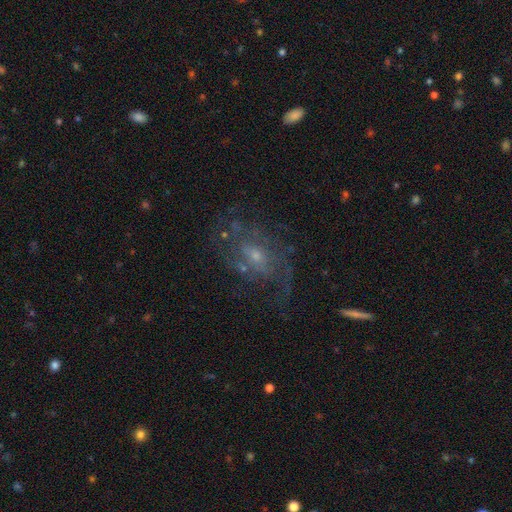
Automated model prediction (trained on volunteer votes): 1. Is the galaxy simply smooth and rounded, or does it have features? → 78% featured or disk, 13% smooth, 9% star or artifact.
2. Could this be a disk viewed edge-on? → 96% no, 4% yes.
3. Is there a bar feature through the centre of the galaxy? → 62% no, 32% weak, 6% strong.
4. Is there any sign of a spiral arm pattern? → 83% yes, 17% no.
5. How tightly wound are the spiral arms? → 45% medium, 28% tight, 28% loose.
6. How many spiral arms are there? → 35% 2 (tied), 35% can't tell (tied), 13% 3, 7% 1, 6% 4, 5% more than 4.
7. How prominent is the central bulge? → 61% small, 32% moderate, 4% none, 2% large, 1% dominant.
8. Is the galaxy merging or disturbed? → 59% none, 20% major disturbance, 19% minor disturbance, 3% merger.